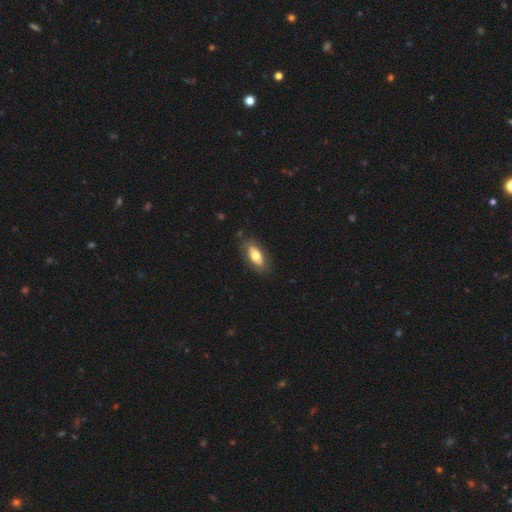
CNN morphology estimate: Smooth or featured? smooth (64%)
How rounded? in between (87%)
Merging? none (81%)